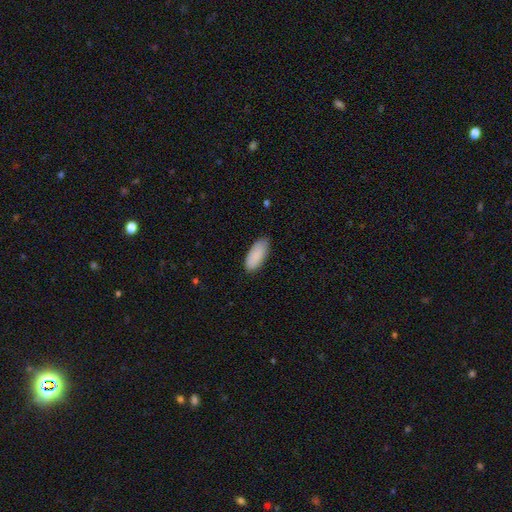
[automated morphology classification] This is clearly a smooth galaxy (90%). How rounded: clearly in between (87%). Merging: clearly none (83%).